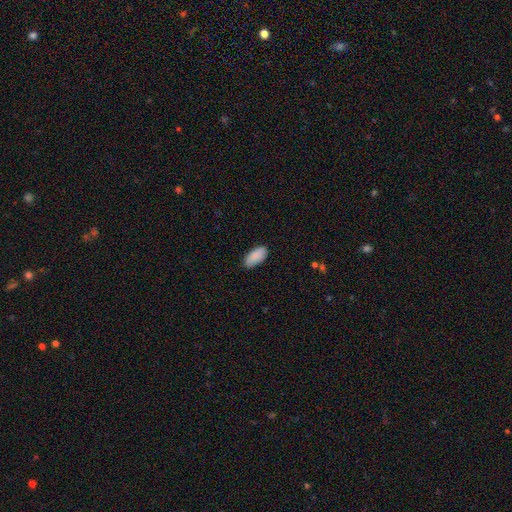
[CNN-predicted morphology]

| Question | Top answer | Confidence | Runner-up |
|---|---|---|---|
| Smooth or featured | smooth | 89% | star or artifact (6%) |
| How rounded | in between | 92% | cigar-shaped (6%) |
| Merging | none | 82% | minor disturbance (14%) |